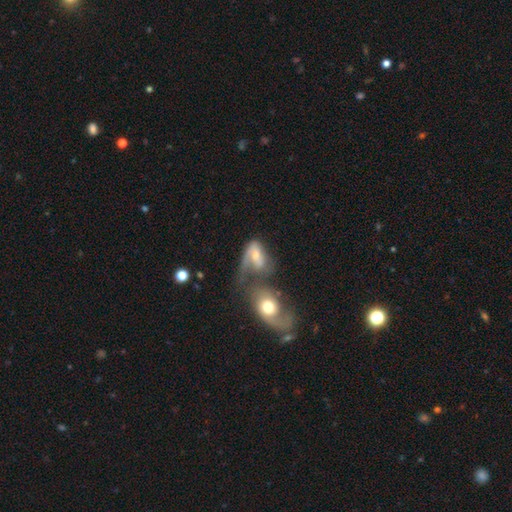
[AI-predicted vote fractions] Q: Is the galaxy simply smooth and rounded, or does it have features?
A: smooth — 48%.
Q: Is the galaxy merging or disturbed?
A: merger — 54%.